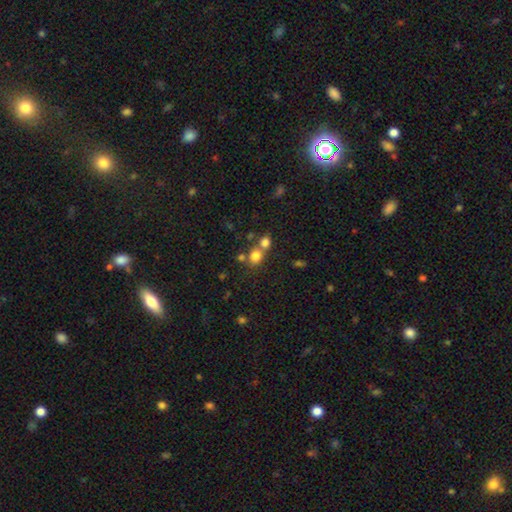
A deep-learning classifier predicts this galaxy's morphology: A smooth galaxy with no disk features (77%) that is round (74%).

Vote fractions:
- Smooth or featured? smooth: 77% / star or artifact: 14% / featured or disk: 9%
- How rounded? round: 74% / in between: 25% / cigar-shaped: 1%
- Merging? none: 45% / merger: 44% / minor disturbance: 8% / major disturbance: 4%